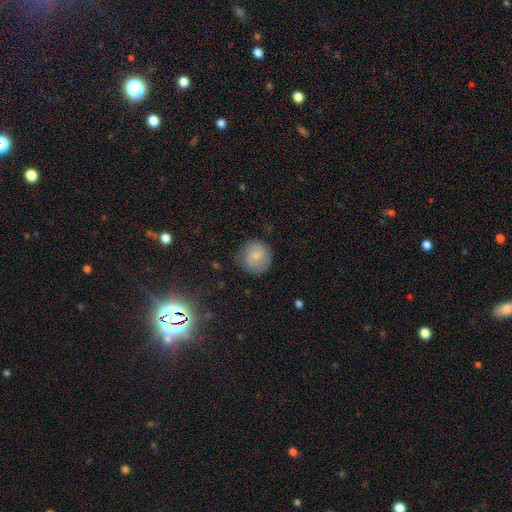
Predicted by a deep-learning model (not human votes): Q: Smooth or featured?
A: smooth (66%); runner-up: featured or disk (26%)
Q: How rounded?
A: round (90%); runner-up: in between (9%)
Q: Merging?
A: none (75%); runner-up: minor disturbance (18%)